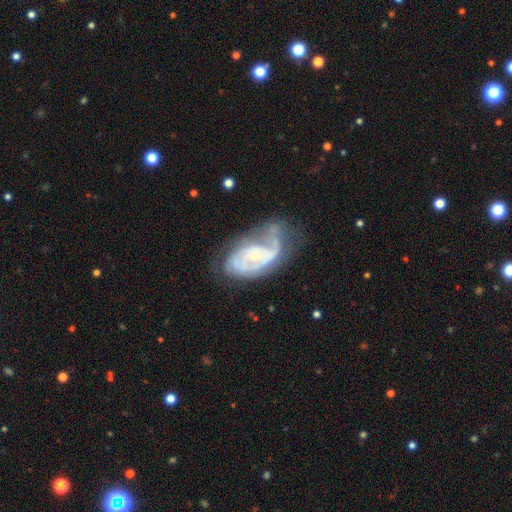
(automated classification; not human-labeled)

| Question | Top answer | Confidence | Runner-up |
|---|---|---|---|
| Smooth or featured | featured or disk | 83% | smooth (11%) |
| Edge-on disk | no | 96% | yes (4%) |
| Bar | no | 64% | weak (29%) |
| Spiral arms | yes | 88% | no (12%) |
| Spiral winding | tight | 55% | medium (33%) |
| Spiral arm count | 2 | 36% | can't tell (32%) |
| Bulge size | small | 70% | moderate (26%) |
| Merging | none | 36% | major disturbance (31%) |